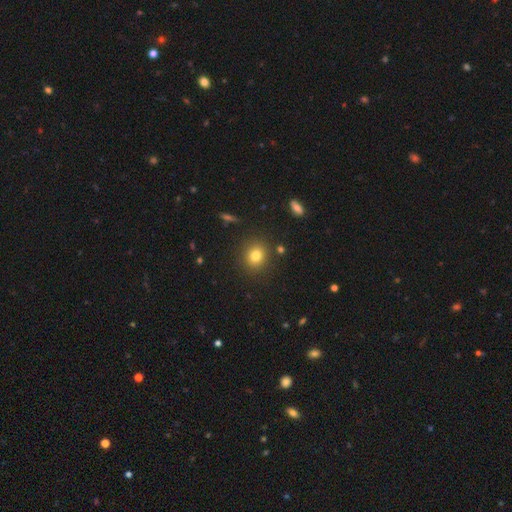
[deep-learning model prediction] Overall: smooth (79%). How rounded: round (82%). Merging: none (87%).